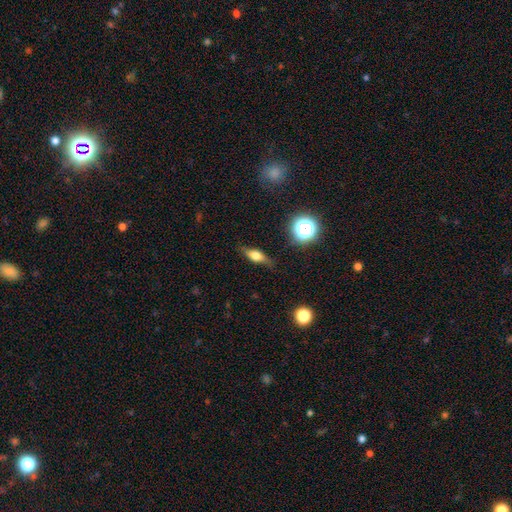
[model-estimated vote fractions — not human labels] This appears to be a smooth galaxy with no disk features (52%) that is in between round and cigar-shaped (55%). Merging: none (76%).